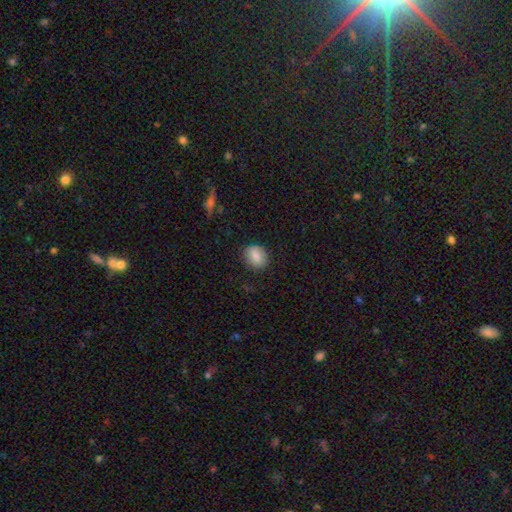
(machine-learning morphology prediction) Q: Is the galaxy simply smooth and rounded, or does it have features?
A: smooth — 85%.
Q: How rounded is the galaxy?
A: in between — 50%.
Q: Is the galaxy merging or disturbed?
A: none — 83%.